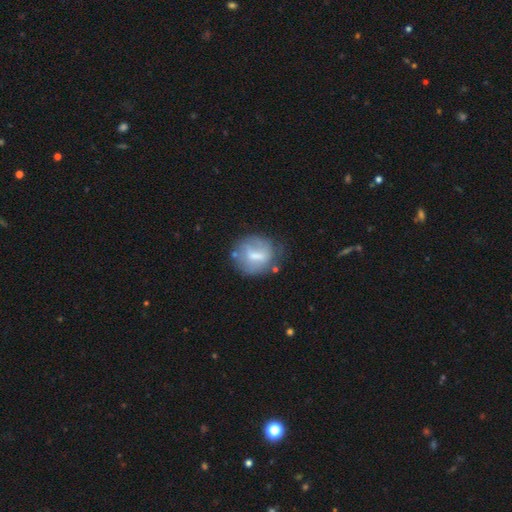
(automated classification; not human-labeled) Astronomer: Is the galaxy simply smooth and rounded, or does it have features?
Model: smooth — 49% (runner-up: featured or disk, 42%).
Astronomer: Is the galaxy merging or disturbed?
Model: none — 55%.